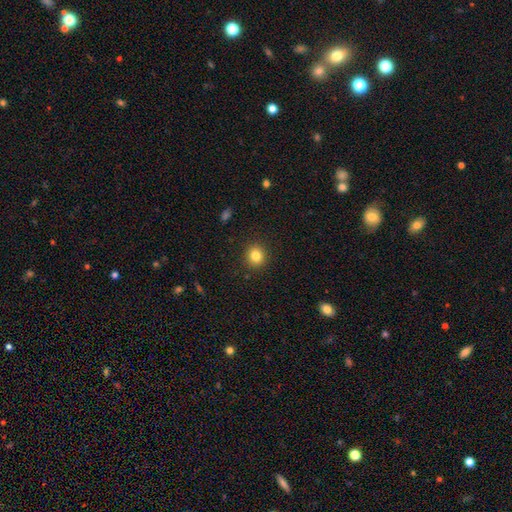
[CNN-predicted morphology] This appears to be a smooth galaxy with no disk features (83%) that is round (86%). Merging: none (91%).